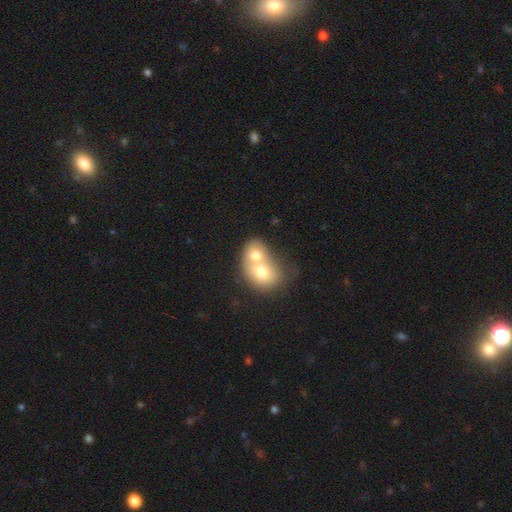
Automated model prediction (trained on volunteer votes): Smooth or featured? Predicted: smooth (p=0.67). How rounded? Predicted: round (p=0.50). Merging? Predicted: merger (p=0.78).